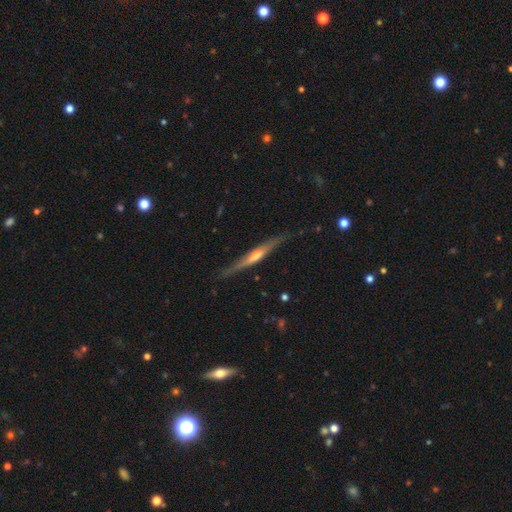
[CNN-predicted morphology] Overall: featured or disk (73%). Edge-on disk: yes (97%). Edge-on bulge: rounded (72%). Merging: none (84%).